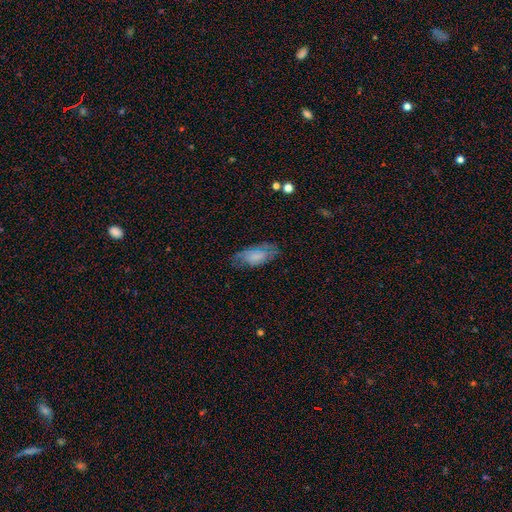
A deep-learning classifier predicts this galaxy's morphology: Smooth or featured? smooth (58%)
How rounded? in between (91%)
Merging? none (61%)